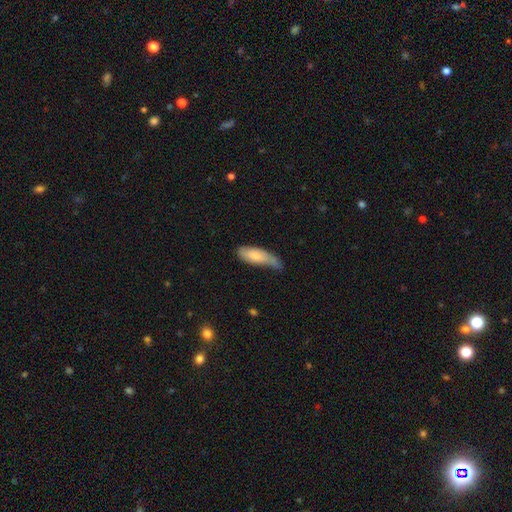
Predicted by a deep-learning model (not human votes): smooth_or_featured: smooth (p=0.77) [alt: featured or disk p=0.17]
how_rounded: in between (p=0.57) [alt: cigar-shaped p=0.41]
merging: minor disturbance (p=0.44) [alt: none p=0.35]